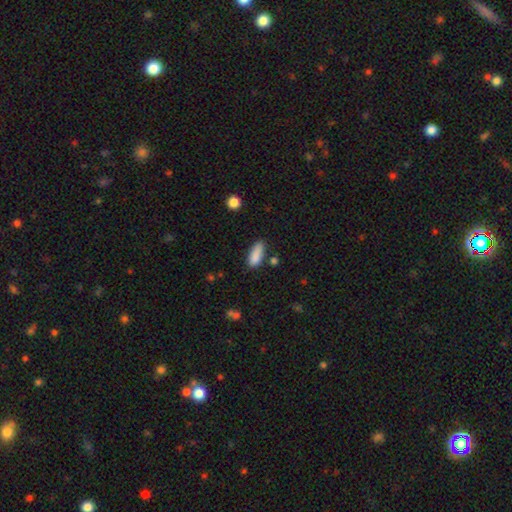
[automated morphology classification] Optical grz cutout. It shows a smooth galaxy with no disk features (86%) that is in between round and cigar-shaped (76%). Merging: none (64%).